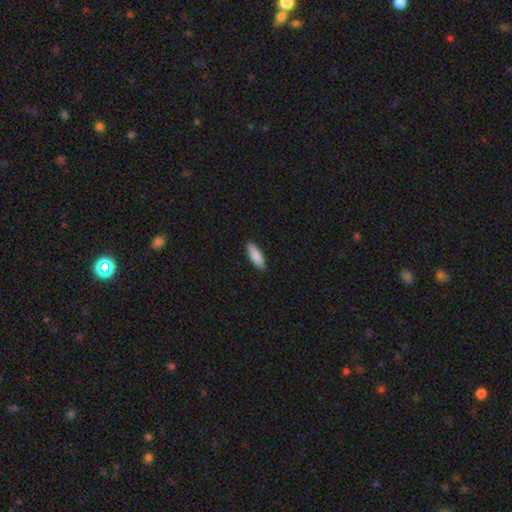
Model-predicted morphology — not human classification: A smooth galaxy with no disk features (89%) that is in between round and cigar-shaped (59%). Merging: none (89%).